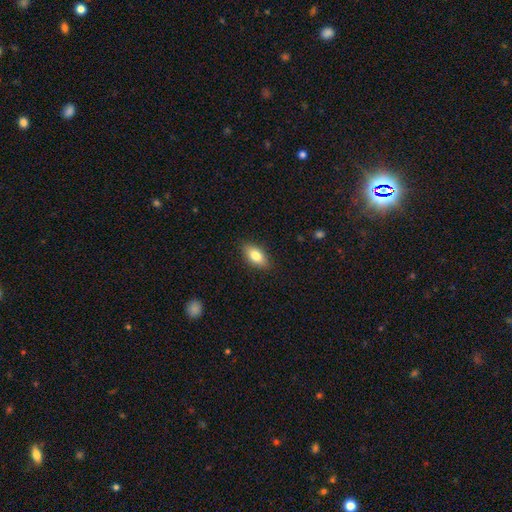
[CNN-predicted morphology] type=smooth (80%); roundness=in between (88%); merging=none (87%).